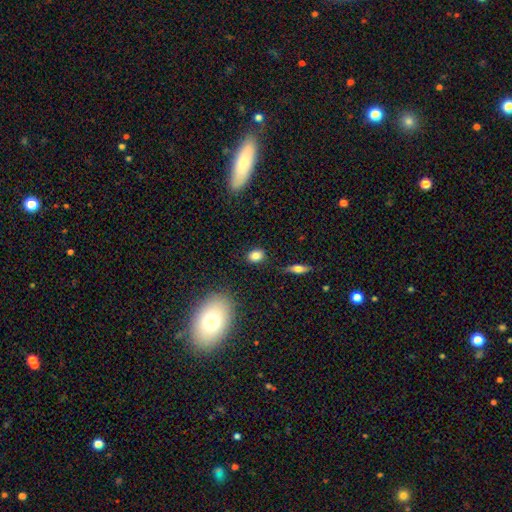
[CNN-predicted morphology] This is clearly a smooth galaxy (83%). How rounded: likely in between (62%). Merging: clearly none (86%).